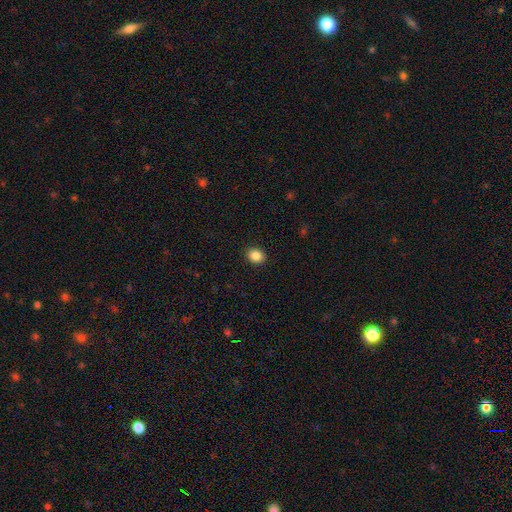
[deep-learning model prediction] Smooth or featured? Predicted: smooth (p=0.87). How rounded? Predicted: round (p=0.58). Merging? Predicted: none (p=0.91).